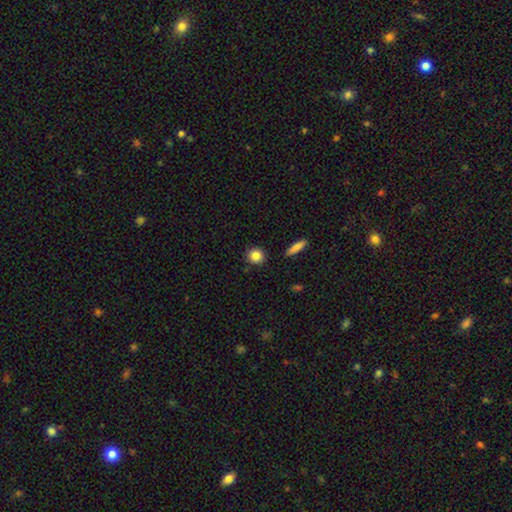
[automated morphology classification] Smooth or featured: smooth — 84% (star or artifact — 9%)
How rounded: round — 86% (in between — 12%)
Merging: none — 88% (minor disturbance — 8%)